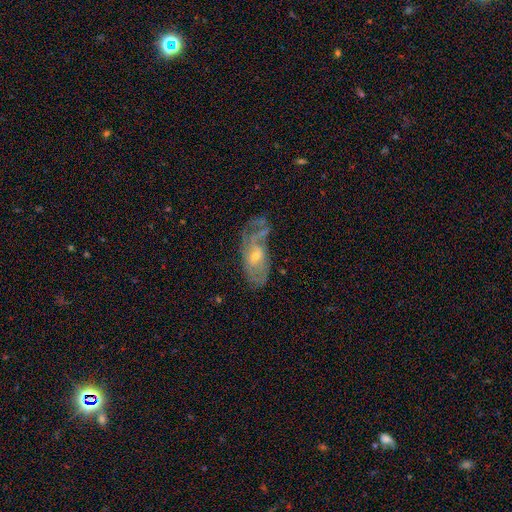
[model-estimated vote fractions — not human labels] This appears to be a featured or disk galaxy (72%) with no bar (66%), tight (44%) spiral arms (79%) and a small central bulge (57%). Merging: none (48%).